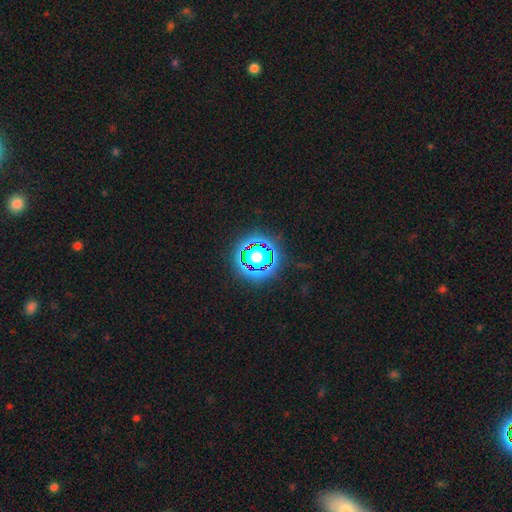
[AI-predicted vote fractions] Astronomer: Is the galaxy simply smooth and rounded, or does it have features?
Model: star or artifact — 59%.